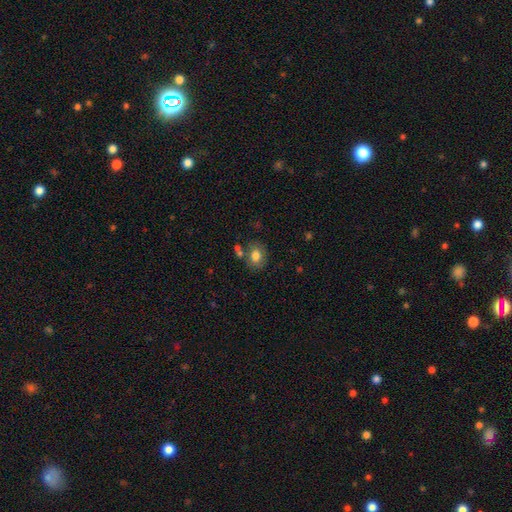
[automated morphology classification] Smooth or featured? Predicted: smooth (p=0.78). How rounded? Predicted: in between (p=0.56). Merging? Predicted: none (p=0.67).